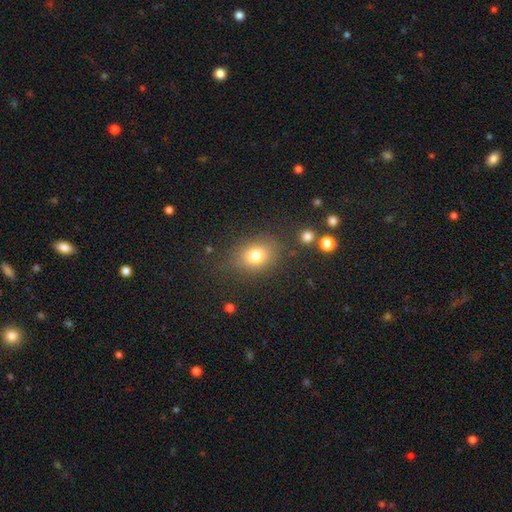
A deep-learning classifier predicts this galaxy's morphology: smooth 78%, star or artifact 12%, featured or disk 10%. Down the decision tree: how rounded — in between (55%); merging — none (78%).